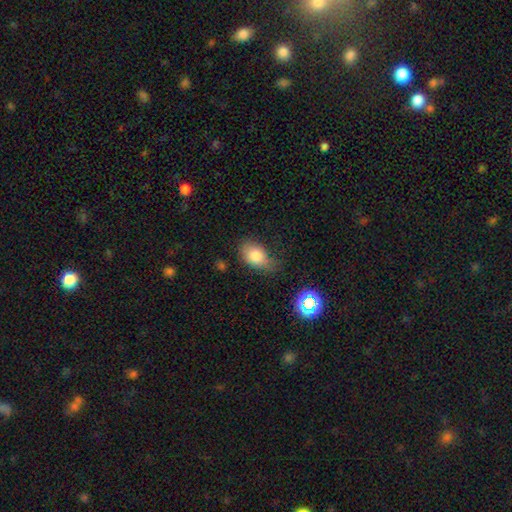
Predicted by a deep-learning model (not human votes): This appears to be a smooth galaxy with no disk features (81%) that is in between round and cigar-shaped (81%). Merging: none (52%).